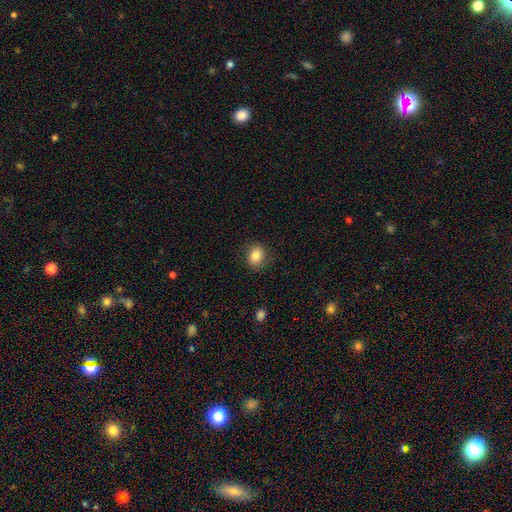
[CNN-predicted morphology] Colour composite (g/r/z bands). It shows a smooth galaxy with no disk features (83%) that is round (54%). Merging: none (84%).